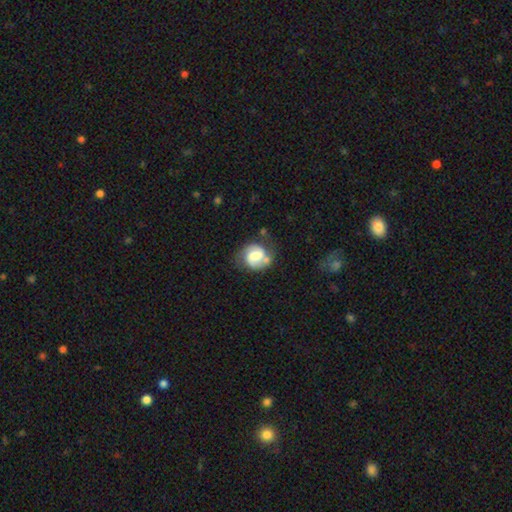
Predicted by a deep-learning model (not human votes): Q: Smooth or featured?
A: featured or disk (67%); runner-up: smooth (26%)
Q: Edge-on disk?
A: no (98%); runner-up: yes (2%)
Q: Bar?
A: weak (49%); runner-up: no (30%)
Q: Spiral arms?
A: yes (90%); runner-up: no (10%)
Q: Spiral winding?
A: medium (48%); runner-up: tight (27%)
Q: Spiral arm count?
A: 2 (82%); runner-up: 1 (8%)
Q: Bulge size?
A: moderate (37%); runner-up: small (24%)
Q: Merging?
A: none (58%); runner-up: minor disturbance (23%)